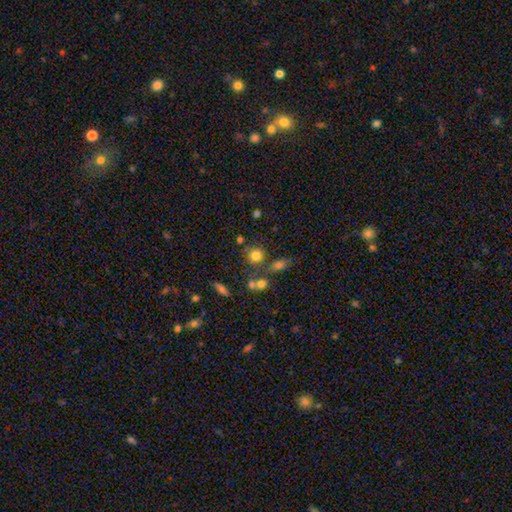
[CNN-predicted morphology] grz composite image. It shows a smooth galaxy with no disk features (77%) that is round (85%). Merging: none (65%).